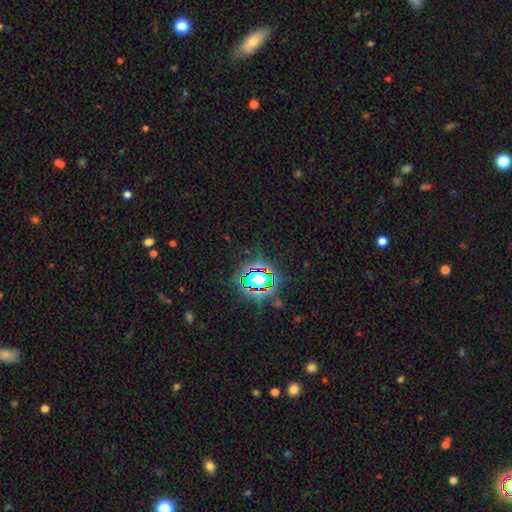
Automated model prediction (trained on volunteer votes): This is clearly a star or artifact rather than a galaxy (80%).